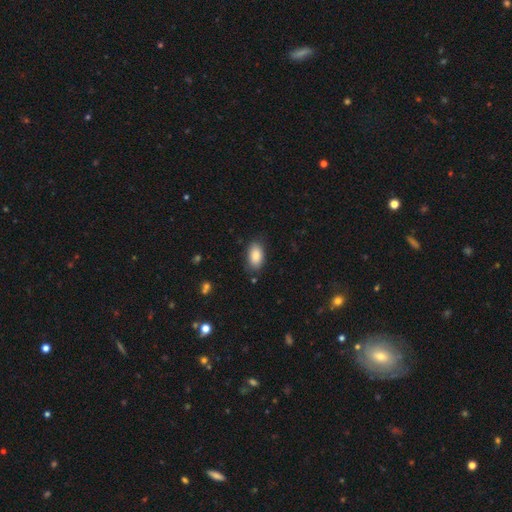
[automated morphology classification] The model was most divided on "merging": none: 81%, minor disturbance: 14%, major disturbance: 3%, merger: 2%. More confident: how rounded — in between (93%); smooth or featured — smooth (86%).